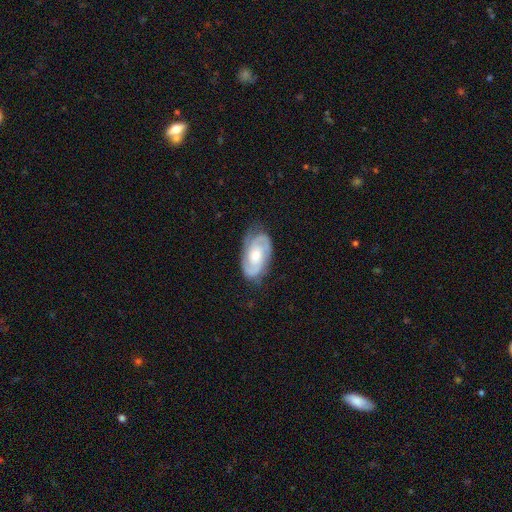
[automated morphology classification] Smooth or featured? featured or disk (86%)
Edge-on disk? no (97%)
Bar? no (63%)
Spiral arms? yes (97%)
Spiral winding? tight (55%)
Spiral arm count? 2 (85%)
Bulge size? moderate (56%)
Merging? none (77%)